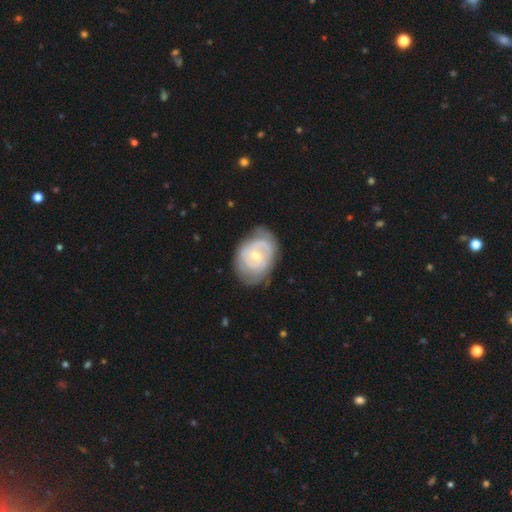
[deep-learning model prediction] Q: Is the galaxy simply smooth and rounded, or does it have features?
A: featured or disk — 74%.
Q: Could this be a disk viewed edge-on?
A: no — 97%.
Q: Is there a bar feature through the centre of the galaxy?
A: no — 68%.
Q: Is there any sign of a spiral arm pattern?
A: yes — 78%.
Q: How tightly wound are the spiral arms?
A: tight — 66%.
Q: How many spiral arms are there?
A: can't tell — 42%.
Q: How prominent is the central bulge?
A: moderate — 49%.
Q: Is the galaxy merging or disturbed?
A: none — 65%.